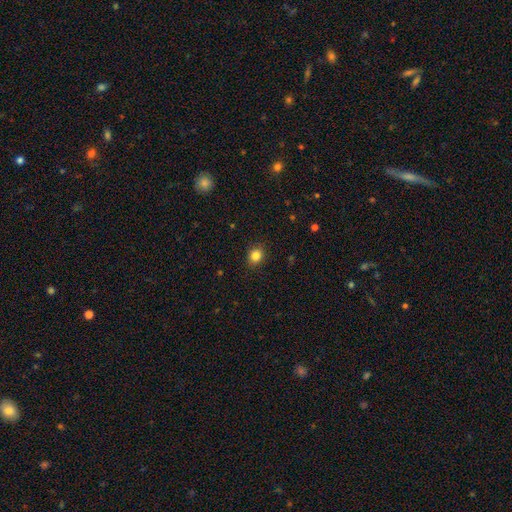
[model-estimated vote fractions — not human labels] Smooth or featured? Predicted: smooth (p=0.84). How rounded? Predicted: round (p=0.76). Merging? Predicted: none (p=0.90).